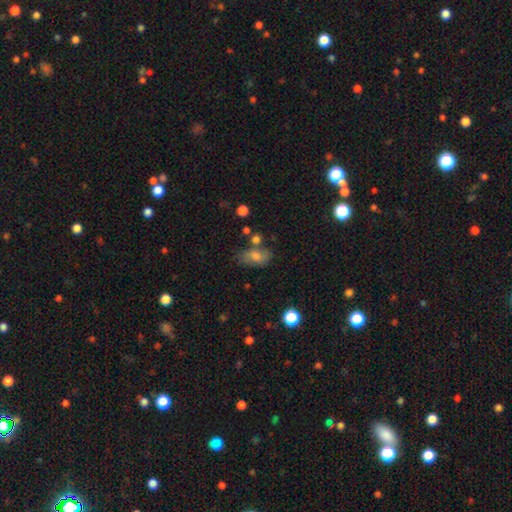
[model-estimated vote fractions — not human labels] Smooth or featured? Predicted: smooth (p=0.58). How rounded? Predicted: in between (p=0.83). Merging? Predicted: none (p=0.61).